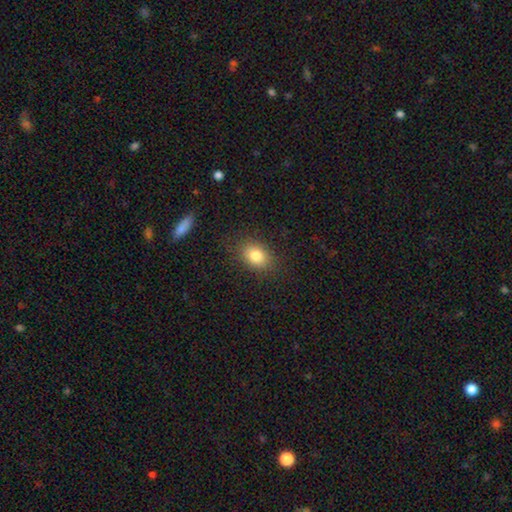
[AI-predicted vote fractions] The model was most divided on "how rounded": in between: 67%, round: 32%, cigar-shaped: 1%. More confident: merging — none (84%); smooth or featured — smooth (82%).